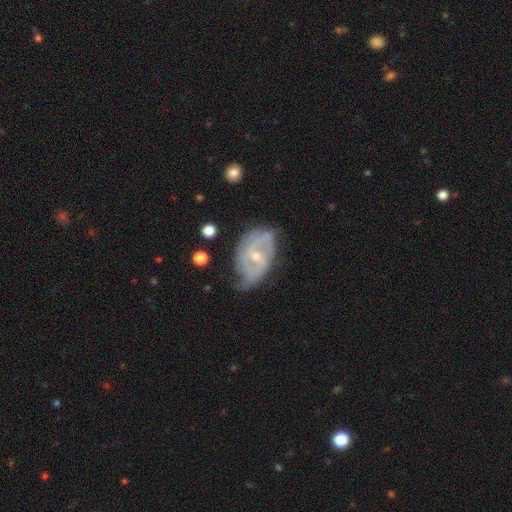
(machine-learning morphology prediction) Smooth or featured?
  - featured or disk: 83% *
  - smooth: 11%
  - star or artifact: 6%
Edge-on disk?
  - no: 96% *
  - yes: 4%
Bar?
  - no: 43% * (tied)
  - weak: 43% * (tied)
  - strong: 14%
Spiral arms?
  - yes: 91% *
  - no: 9%
Spiral winding?
  - tight: 42% *
  - medium: 41%
  - loose: 17%
Spiral arm count?
  - 2: 48% *
  - can't tell: 26%
  - 3: 14%
  - 4: 4%
  - 1: 4%
  - more than 4: 3%
Bulge size?
  - small: 64% *
  - moderate: 33%
  - none: 1%
  - large: 1%
  - dominant: 1%
Merging?
  - none: 53% *
  - minor disturbance: 31%
  - major disturbance: 13%
  - merger: 2%